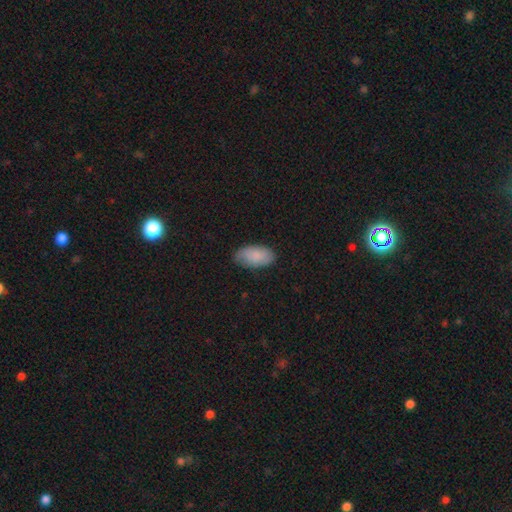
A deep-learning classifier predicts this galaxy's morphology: Q: Smooth or featured?
A: smooth (84%); runner-up: featured or disk (10%)
Q: How rounded?
A: in between (95%); runner-up: round (3%)
Q: Merging?
A: none (80%); runner-up: minor disturbance (16%)